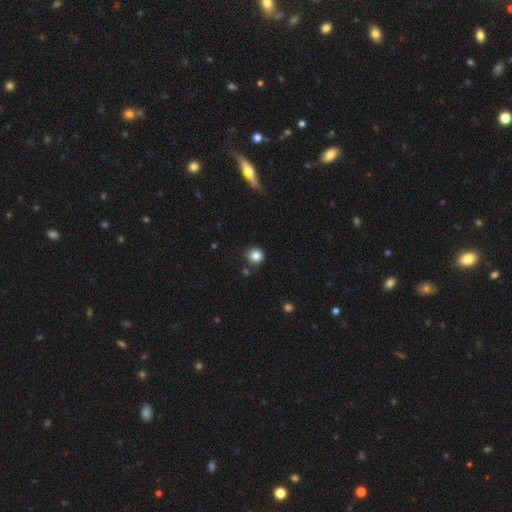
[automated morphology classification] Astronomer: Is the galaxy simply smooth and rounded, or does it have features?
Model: smooth — 84%.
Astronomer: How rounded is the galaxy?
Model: round — 94%.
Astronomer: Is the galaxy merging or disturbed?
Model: none — 86%.